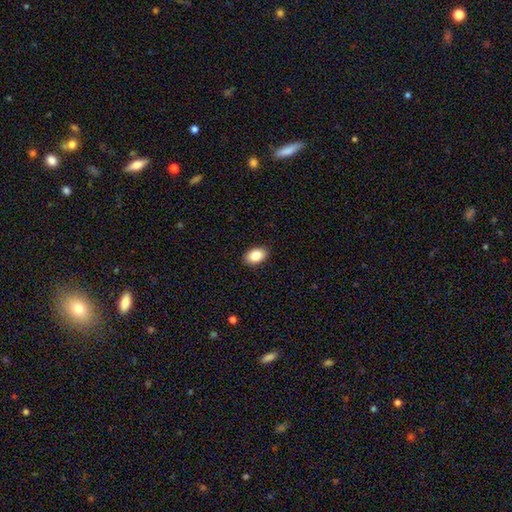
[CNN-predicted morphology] smooth-or-featured: smooth: 86% | star or artifact: 8% | featured or disk: 7%
  how-rounded: in between: 88% | round: 10% | cigar-shaped: 1%
  merging: none: 90% | minor disturbance: 8% | major disturbance: 2% | merger: 1%